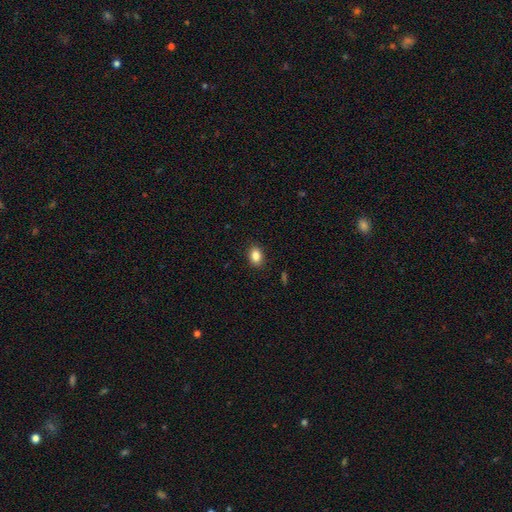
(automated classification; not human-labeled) This is clearly a smooth galaxy (86%). How rounded: likely in between (73%). Merging: clearly none (89%).